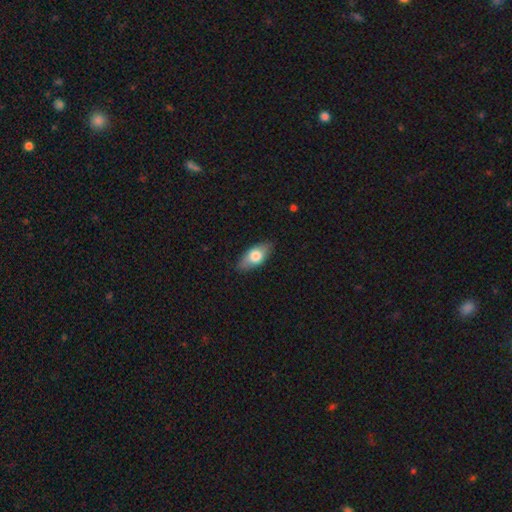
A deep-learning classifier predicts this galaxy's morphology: A smooth galaxy with no disk features (69%) that is in between round and cigar-shaped (86%).

Vote fractions:
- Smooth or featured? smooth: 69% / featured or disk: 25% / star or artifact: 6%
- How rounded? in between: 86% / cigar-shaped: 9% / round: 4%
- Merging? none: 83% / minor disturbance: 13% / major disturbance: 2% / merger: 1%